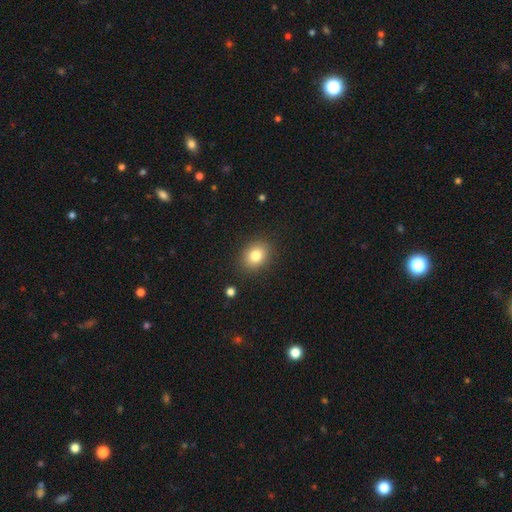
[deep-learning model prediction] Smooth or featured? smooth (81%)
How rounded? in between (52%)
Merging? none (87%)